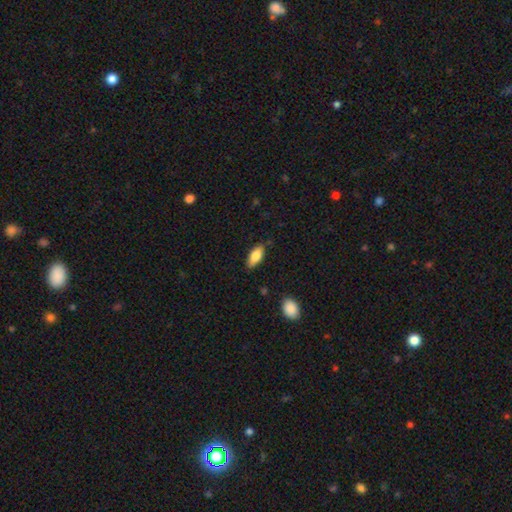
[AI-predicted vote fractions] Smooth or featured? smooth (81%)
How rounded? in between (85%)
Merging? none (81%)